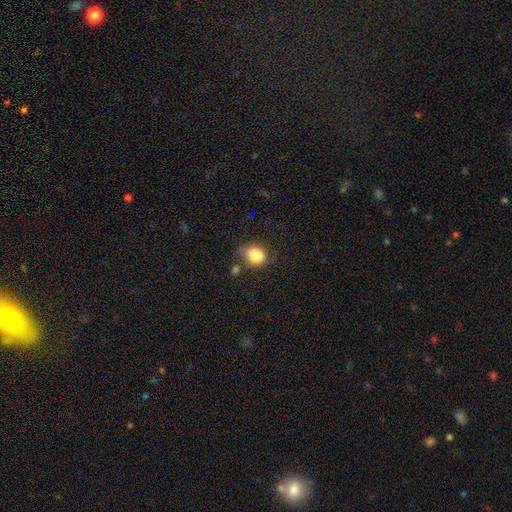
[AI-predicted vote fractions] This appears to be a smooth galaxy with no disk features (84%) that is round (55%). Merging: none (58%).